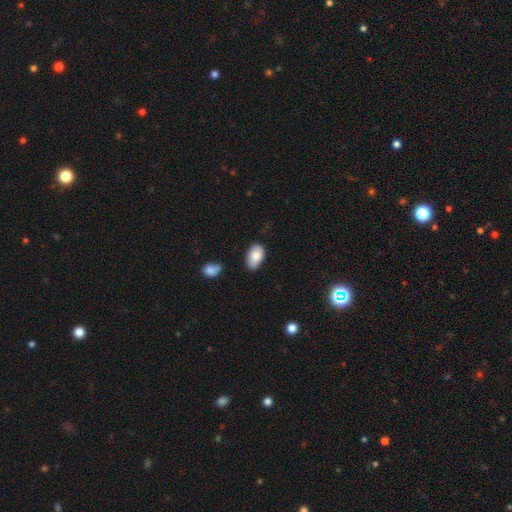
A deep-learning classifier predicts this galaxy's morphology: smooth 83%, featured or disk 10%, star or artifact 7%. Down the decision tree: how rounded — in between (93%); merging — none (71%).